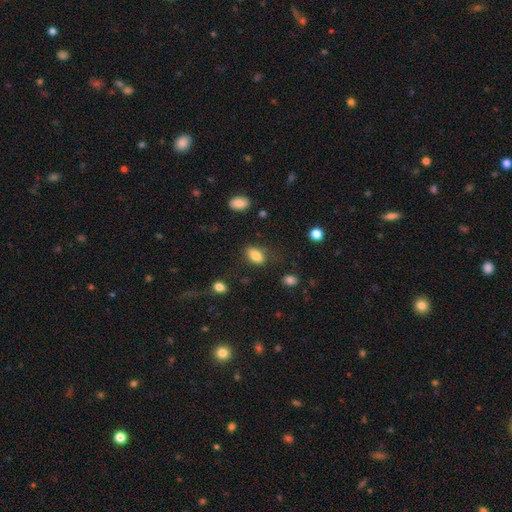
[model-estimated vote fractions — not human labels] Overall: smooth (82%). How rounded: in between (88%). Merging: none (71%).